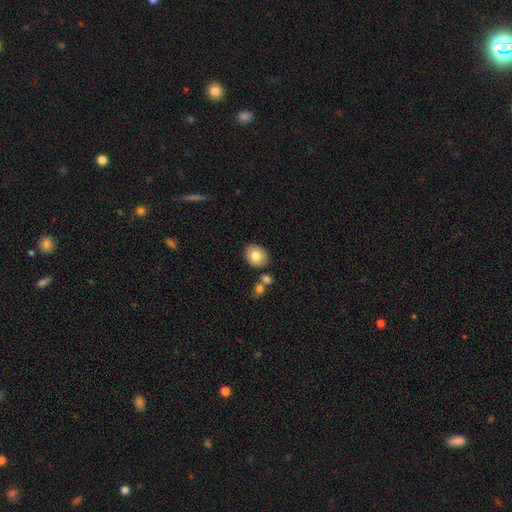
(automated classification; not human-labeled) Smooth or featured? Predicted: smooth (p=0.79). How rounded? Predicted: round (p=0.63). Merging? Predicted: none (p=0.79).